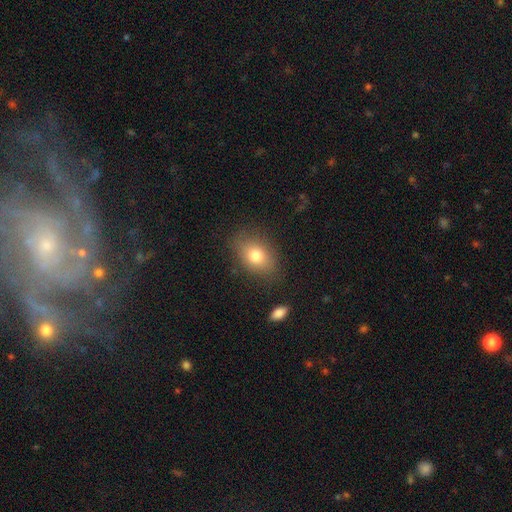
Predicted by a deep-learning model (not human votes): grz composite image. It shows a smooth galaxy with no disk features (78%) that is in between round and cigar-shaped (76%). Merging: none (79%).